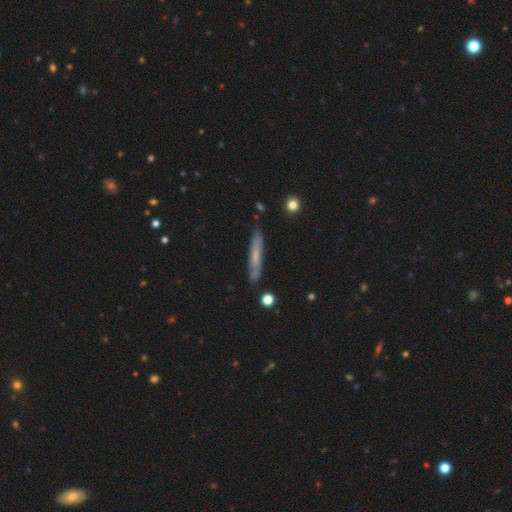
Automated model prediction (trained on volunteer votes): A smooth galaxy with no disk features (56%) that is cigar-shaped (93%).

Vote fractions:
- Smooth or featured? smooth: 56% / featured or disk: 37% / star or artifact: 7%
- How rounded? cigar-shaped: 93% / in between: 5% / round: 2%
- Merging? none: 83% / minor disturbance: 13% / major disturbance: 2% / merger: 2%